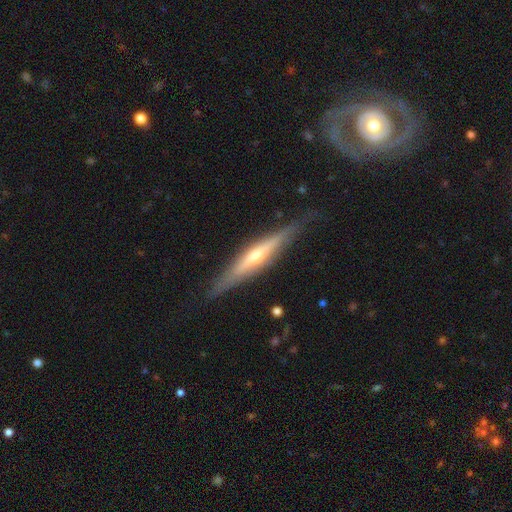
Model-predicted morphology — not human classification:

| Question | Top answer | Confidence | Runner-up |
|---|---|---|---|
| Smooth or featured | featured or disk | 76% | smooth (18%) |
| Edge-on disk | yes | 91% | no (9%) |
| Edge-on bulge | rounded | 74% | none (18%) |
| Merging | none | 80% | minor disturbance (15%) |